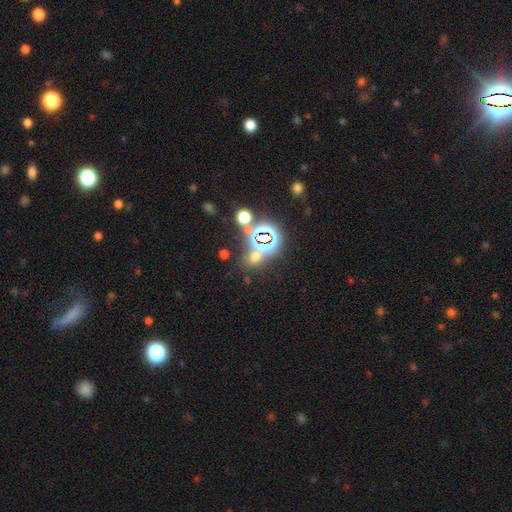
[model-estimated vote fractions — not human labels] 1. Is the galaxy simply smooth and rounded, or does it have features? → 50% star or artifact, 42% smooth, 9% featured or disk.